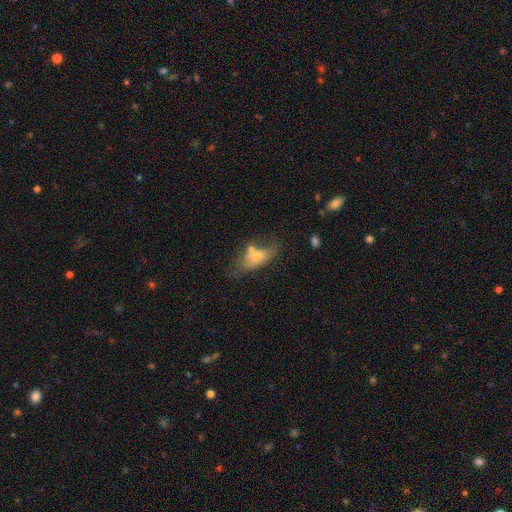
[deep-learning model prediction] This is likely a smooth galaxy (62%). How rounded: clearly in between (82%). Merging: marginally none (38%).